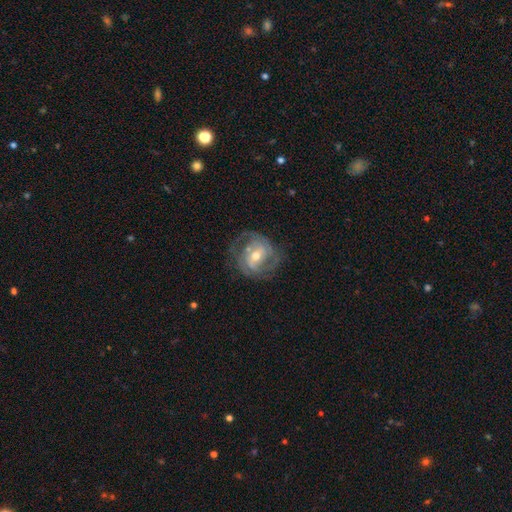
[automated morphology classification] Smooth or featured?
  - featured or disk: 83% *
  - smooth: 12%
  - star or artifact: 6%
Edge-on disk?
  - no: 97% *
  - yes: 3%
Bar?
  - weak: 44% *
  - no: 33%
  - strong: 22%
Spiral arms?
  - yes: 90% *
  - no: 10%
Spiral winding?
  - medium: 44% *
  - tight: 40%
  - loose: 16%
Spiral arm count?
  - 2: 54% *
  - can't tell: 20%
  - 3: 16%
  - 1: 4%
  - 4: 4%
  - more than 4: 3%
Bulge size?
  - moderate: 63% *
  - small: 31%
  - large: 3%
  - none: 1%
  - dominant: 1%
Merging?
  - none: 65% *
  - minor disturbance: 19%
  - major disturbance: 13%
  - merger: 2%